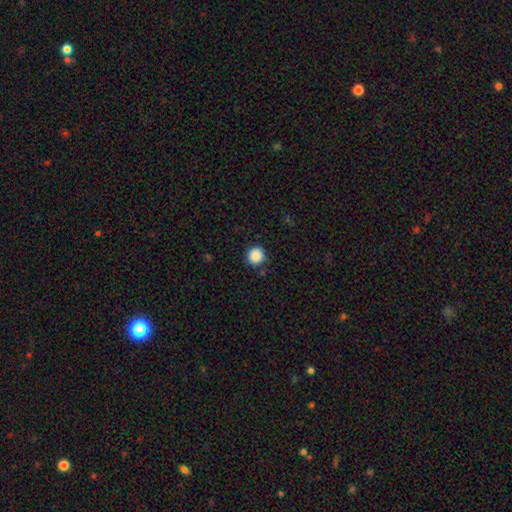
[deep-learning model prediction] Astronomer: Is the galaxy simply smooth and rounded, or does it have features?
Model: smooth — 88%.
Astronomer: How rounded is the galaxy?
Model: round — 95%.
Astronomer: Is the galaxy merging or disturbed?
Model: none — 86%.